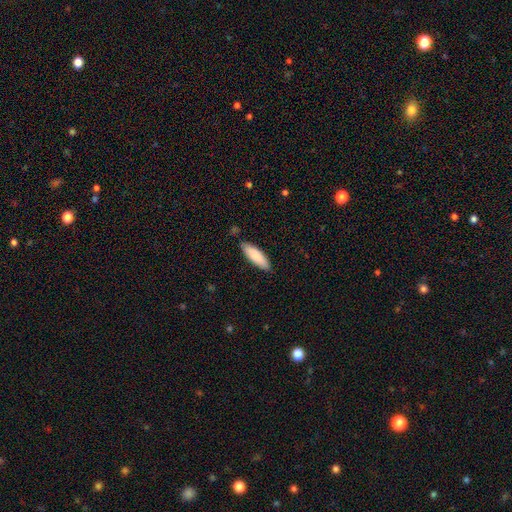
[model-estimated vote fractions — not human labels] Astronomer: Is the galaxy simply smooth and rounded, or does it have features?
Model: smooth — 84%.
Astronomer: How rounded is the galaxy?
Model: in between — 51% (runner-up: cigar-shaped, 48%).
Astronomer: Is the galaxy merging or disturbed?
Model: none — 86%.